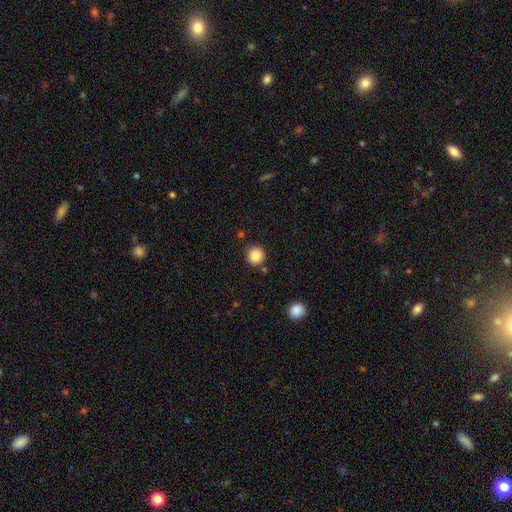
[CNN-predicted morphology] Smooth or featured?
  - smooth: 85% *
  - star or artifact: 10%
  - featured or disk: 5%
How rounded?
  - round: 93% *
  - in between: 6%
  - cigar-shaped: 1%
Merging?
  - none: 85% *
  - minor disturbance: 8%
  - merger: 4%
  - major disturbance: 2%